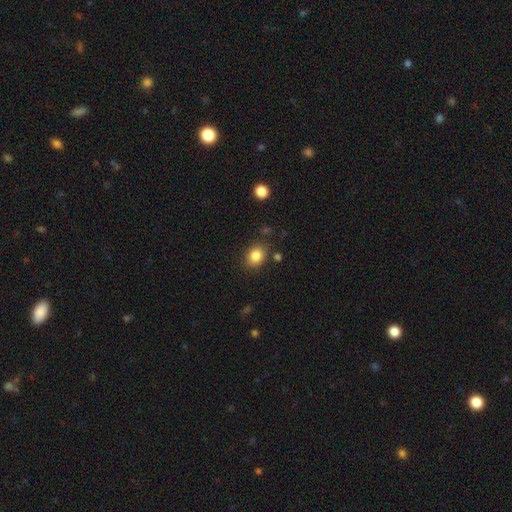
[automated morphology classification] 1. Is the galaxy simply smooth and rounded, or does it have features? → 84% smooth, 10% star or artifact, 6% featured or disk.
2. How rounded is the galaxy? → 53% round, 46% in between, 1% cigar-shaped.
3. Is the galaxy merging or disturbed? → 82% none, 11% minor disturbance, 3% major disturbance, 3% merger.